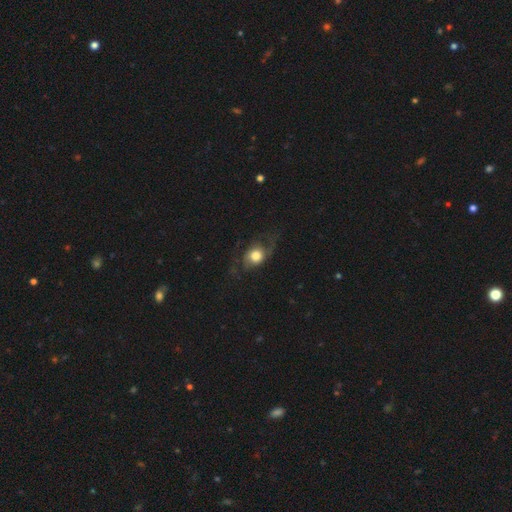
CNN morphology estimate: The model was most divided on "smooth or featured": smooth: 52%, featured or disk: 40%, star or artifact: 9%. More confident: how rounded — round (61%); merging — none (53%).